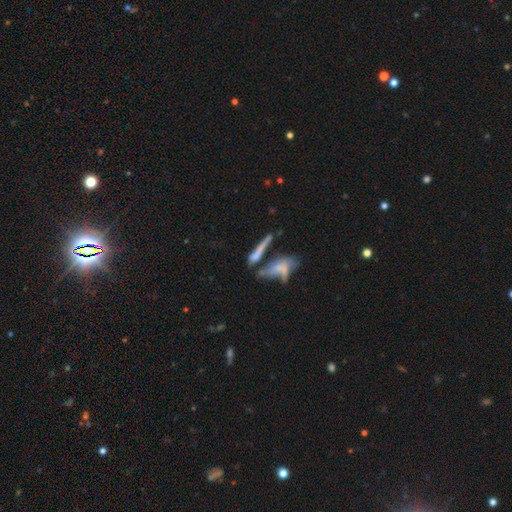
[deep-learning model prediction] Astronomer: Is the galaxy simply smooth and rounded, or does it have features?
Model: smooth — 55% (runner-up: featured or disk, 34%).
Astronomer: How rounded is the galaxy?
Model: cigar-shaped — 73%.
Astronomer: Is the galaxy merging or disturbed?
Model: merger — 42% (runner-up: none, 34%).